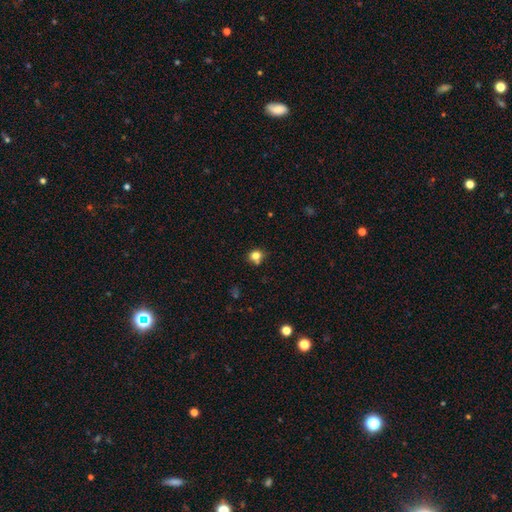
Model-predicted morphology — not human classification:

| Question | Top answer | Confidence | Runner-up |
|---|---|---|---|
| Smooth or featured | smooth | 79% | star or artifact (14%) |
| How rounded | round | 80% | in between (19%) |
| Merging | none | 69% | minor disturbance (15%) |